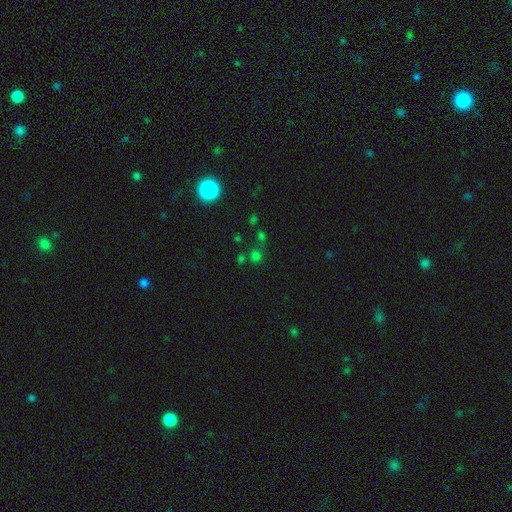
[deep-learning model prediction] Smooth or featured? smooth (55%)
How rounded? round (88%)
Merging? none (67%)